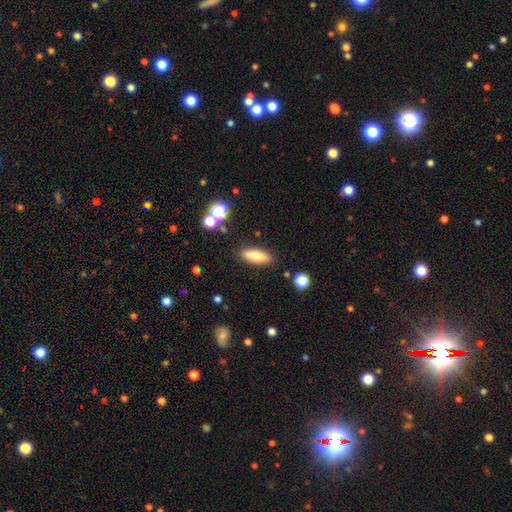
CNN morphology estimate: A smooth galaxy with no disk features (74%) that is in between round and cigar-shaped (58%). Merging: none (85%).